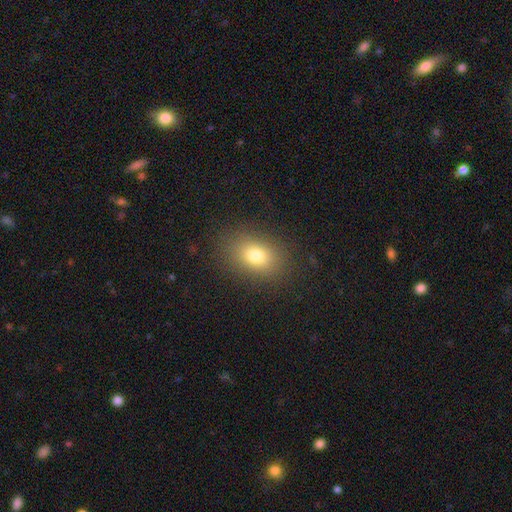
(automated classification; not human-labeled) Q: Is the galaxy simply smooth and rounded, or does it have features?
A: smooth — 77%.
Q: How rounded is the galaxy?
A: in between — 72%.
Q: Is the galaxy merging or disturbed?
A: none — 86%.